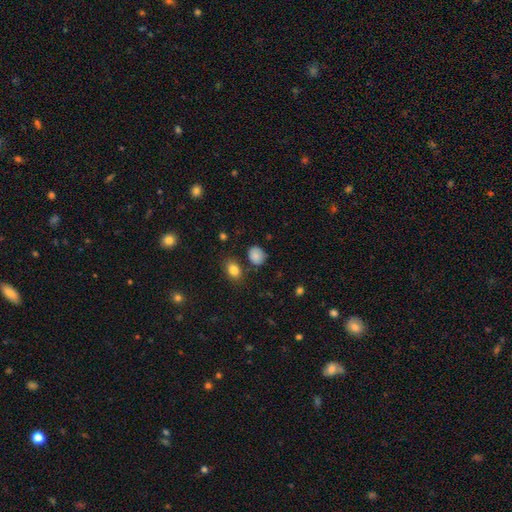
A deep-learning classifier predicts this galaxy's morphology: smooth_or_featured: smooth (p=0.84) [alt: star or artifact p=0.10]
how_rounded: round (p=0.60) [alt: in between p=0.39]
merging: none (p=0.73) [alt: minor disturbance p=0.17]